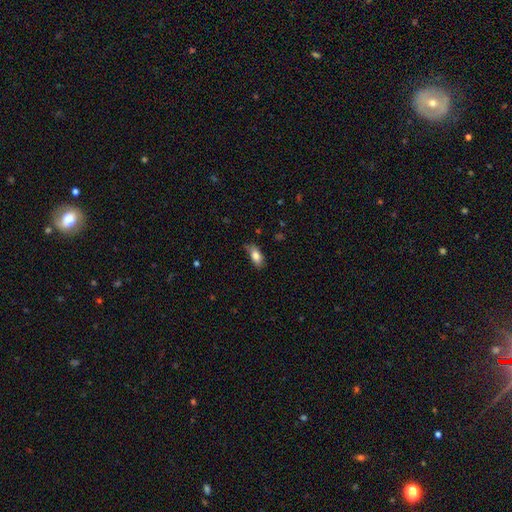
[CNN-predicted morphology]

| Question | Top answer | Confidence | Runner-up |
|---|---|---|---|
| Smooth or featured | smooth | 80% | featured or disk (13%) |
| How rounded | in between | 85% | cigar-shaped (10%) |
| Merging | none | 65% | minor disturbance (27%) |